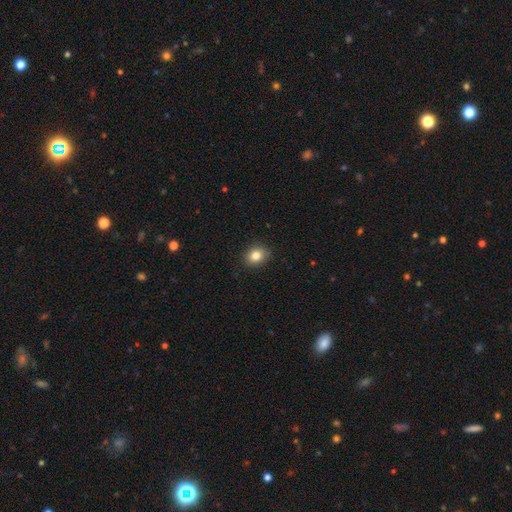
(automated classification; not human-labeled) Smooth or featured? smooth (83%)
How rounded? round (55%)
Merging? none (88%)